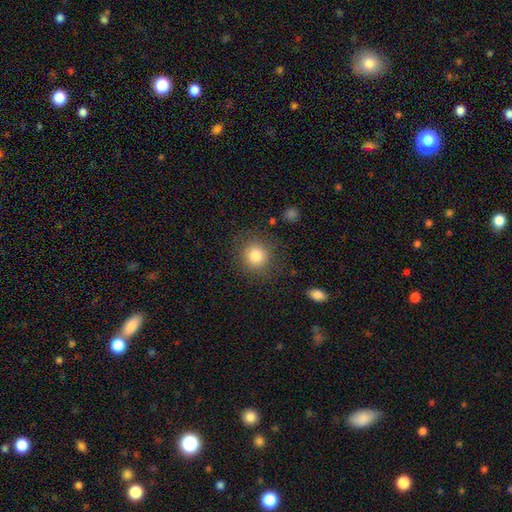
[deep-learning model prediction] Smooth or featured? Predicted: smooth (p=0.81). How rounded? Predicted: round (p=0.90). Merging? Predicted: none (p=0.85).